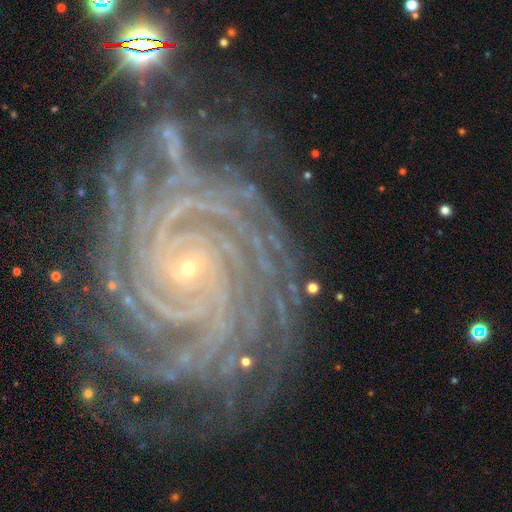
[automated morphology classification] The model was most divided on "spiral arm count": more than 4: 40%, 4: 18%, can't tell: 12%, 3: 11%, 2: 10%, 1: 9%. More confident: spiral arms — yes (99%); edge-on disk — no (98%); smooth or featured — featured or disk (92%); bulge size — small (88%); spiral winding — tight (87%); merging — none (71%); bar — no (64%).